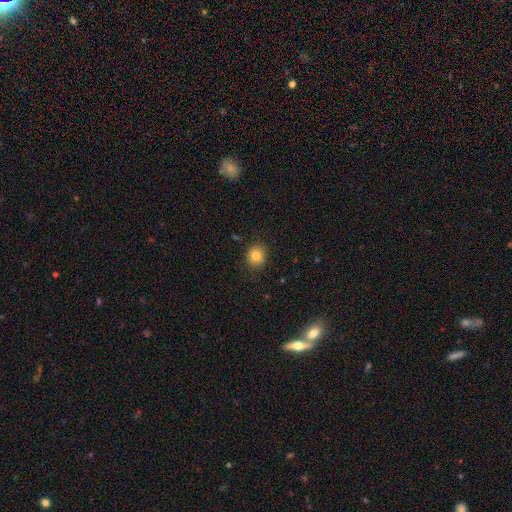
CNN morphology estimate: Smooth or featured? Predicted: smooth (p=0.85). How rounded? Predicted: round (p=0.75). Merging? Predicted: none (p=0.85).